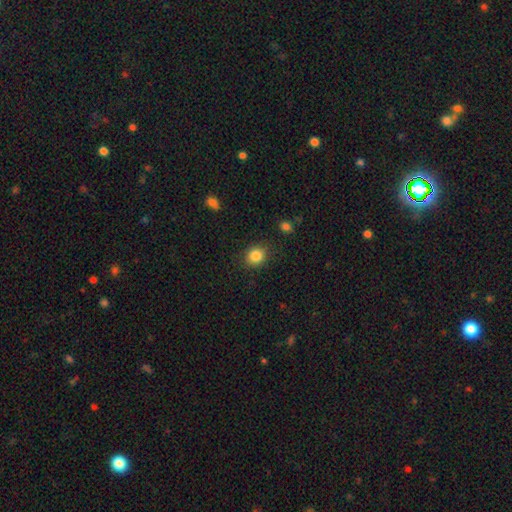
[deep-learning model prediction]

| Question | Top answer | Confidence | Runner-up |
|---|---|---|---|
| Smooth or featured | smooth | 85% | star or artifact (10%) |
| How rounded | round | 76% | in between (24%) |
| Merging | none | 86% | minor disturbance (9%) |